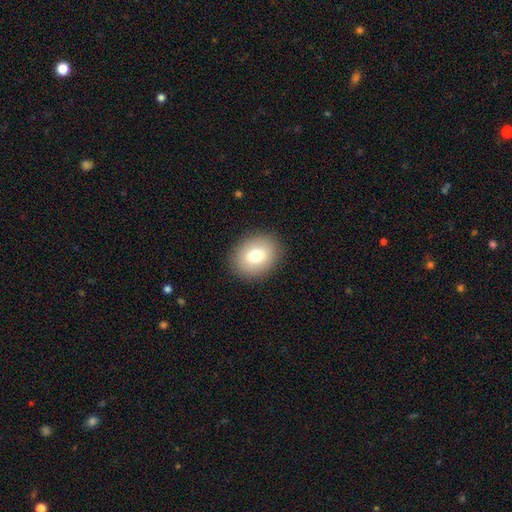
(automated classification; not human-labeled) Smooth or featured: smooth — 76% (featured or disk — 15%)
How rounded: in between — 56% (round — 43%)
Merging: none — 88% (minor disturbance — 8%)